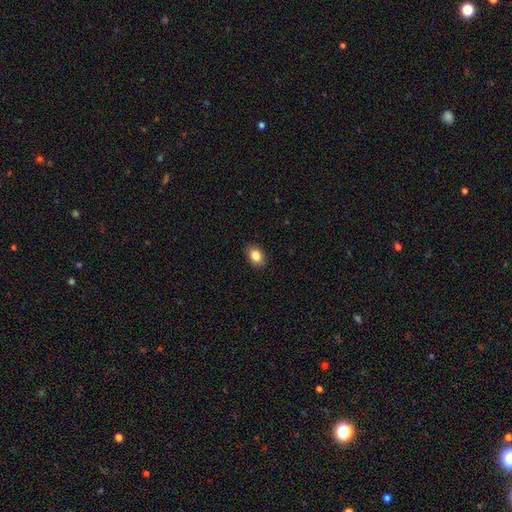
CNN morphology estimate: A smooth galaxy with no disk features (85%) that is in between round and cigar-shaped (77%).

Vote fractions:
- Smooth or featured? smooth: 85% / star or artifact: 9% / featured or disk: 6%
- How rounded? in between: 77% / round: 22% / cigar-shaped: 1%
- Merging? none: 89% / minor disturbance: 8% / major disturbance: 2% / merger: 1%